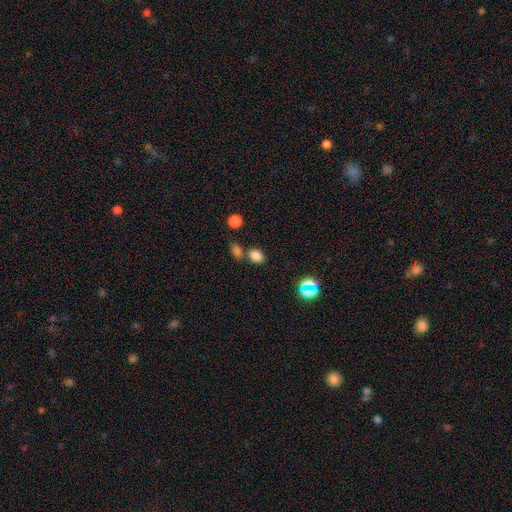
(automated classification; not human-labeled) Smooth or featured? Predicted: smooth (p=0.77). How rounded? Predicted: in between (p=0.63). Merging? Predicted: none (p=0.63).